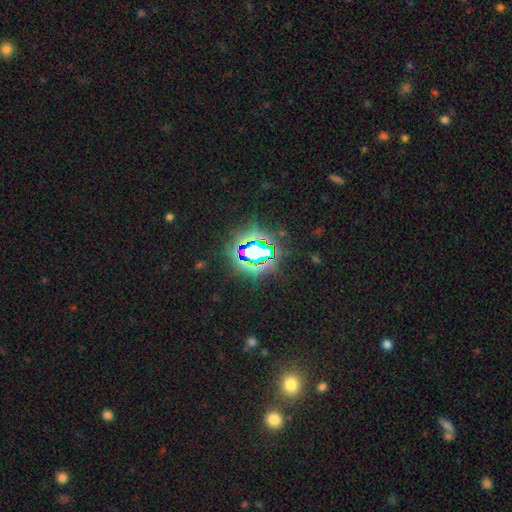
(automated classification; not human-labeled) This appears to be a star or artifact, not a galaxy (75%).